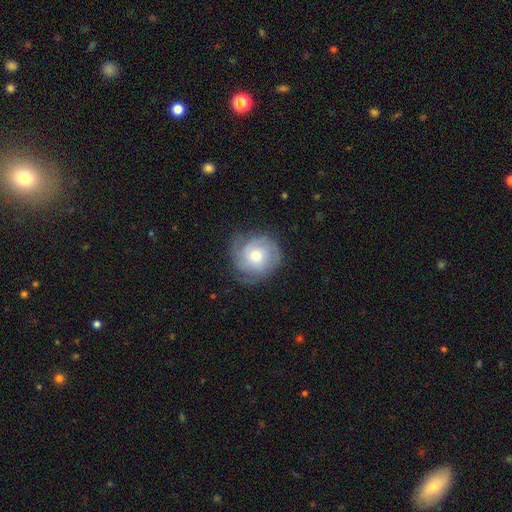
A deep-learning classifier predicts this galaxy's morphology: smooth_or_featured: featured or disk (p=0.64) [alt: smooth p=0.29]
disk_edge_on: no (p=0.98) [alt: yes p=0.02]
bar: no (p=0.78) [alt: weak p=0.20]
has_spiral_arms: yes (p=0.91) [alt: no p=0.09]
spiral_winding: tight (p=0.63) [alt: medium p=0.29]
spiral_arm_count: can't tell (p=0.35) [alt: 3 p=0.29]
bulge_size: moderate (p=0.65) [alt: small p=0.18]
merging: none (p=0.74) [alt: minor disturbance p=0.18]